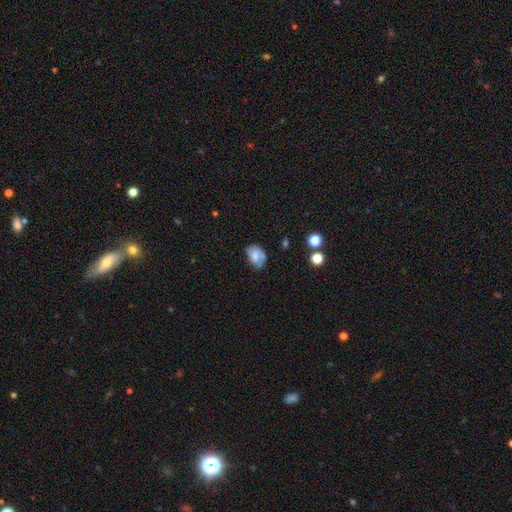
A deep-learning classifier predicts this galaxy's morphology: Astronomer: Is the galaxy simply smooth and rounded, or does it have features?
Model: smooth — 68%.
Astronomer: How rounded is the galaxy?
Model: in between — 76%.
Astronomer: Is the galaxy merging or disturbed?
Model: none — 55% (runner-up: minor disturbance, 33%).